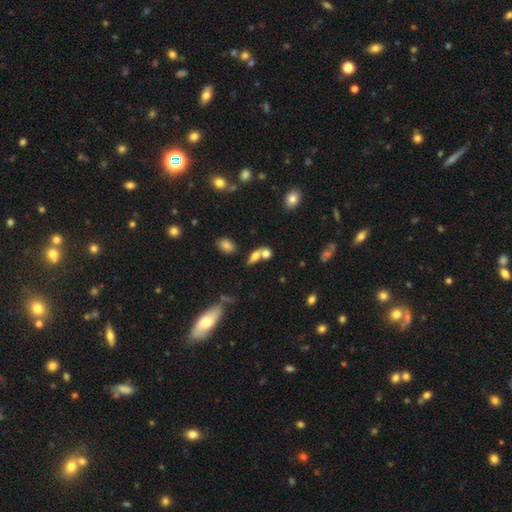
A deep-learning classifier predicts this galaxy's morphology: type=smooth (70%); roundness=in between (65%); merging=merger (49%).